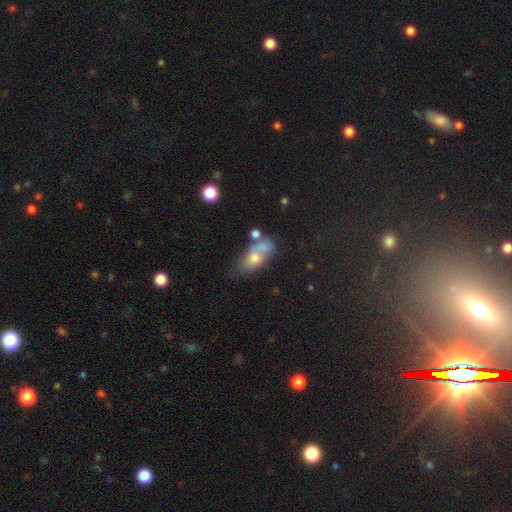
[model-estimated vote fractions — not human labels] This is likely a smooth galaxy (62%). How rounded: clearly in between (83%). Merging: marginally none (35%).